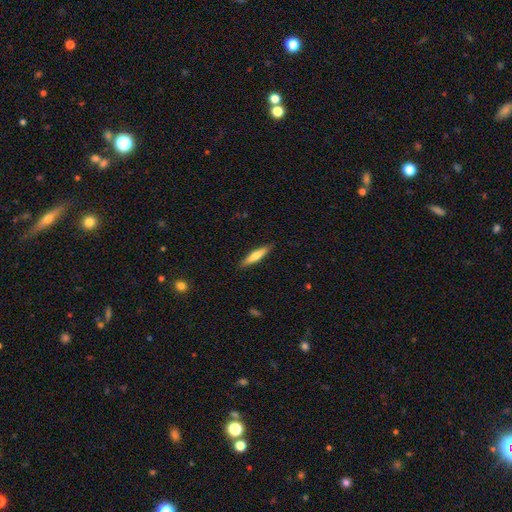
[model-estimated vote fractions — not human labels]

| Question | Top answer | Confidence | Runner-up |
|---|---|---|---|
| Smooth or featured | smooth | 63% | featured or disk (31%) |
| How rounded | cigar-shaped | 87% | in between (11%) |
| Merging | none | 89% | minor disturbance (8%) |